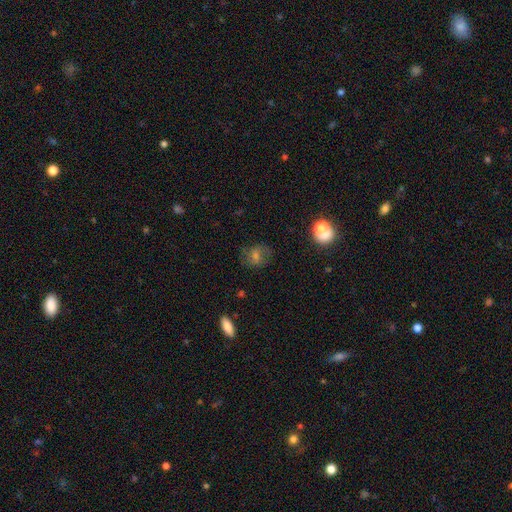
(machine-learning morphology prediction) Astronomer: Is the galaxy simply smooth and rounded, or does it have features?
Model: smooth — 49% (runner-up: featured or disk, 33%).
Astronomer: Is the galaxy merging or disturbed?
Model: none — 72%.